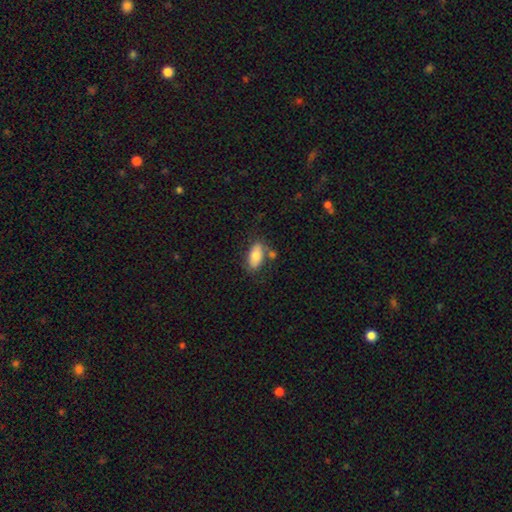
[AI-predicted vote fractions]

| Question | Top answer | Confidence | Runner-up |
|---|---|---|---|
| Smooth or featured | smooth | 77% | featured or disk (17%) |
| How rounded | in between | 90% | cigar-shaped (6%) |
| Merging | none | 64% | minor disturbance (17%) |